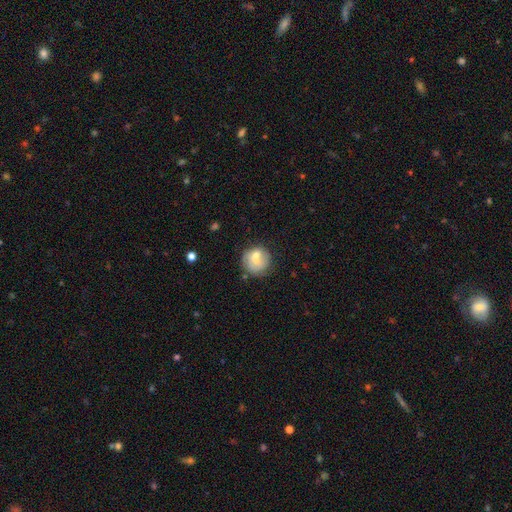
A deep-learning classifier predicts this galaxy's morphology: smooth_or_featured: smooth (p=0.58) [alt: featured or disk p=0.34]
how_rounded: round (p=0.84) [alt: in between p=0.15]
merging: none (p=0.59) [alt: minor disturbance p=0.23]